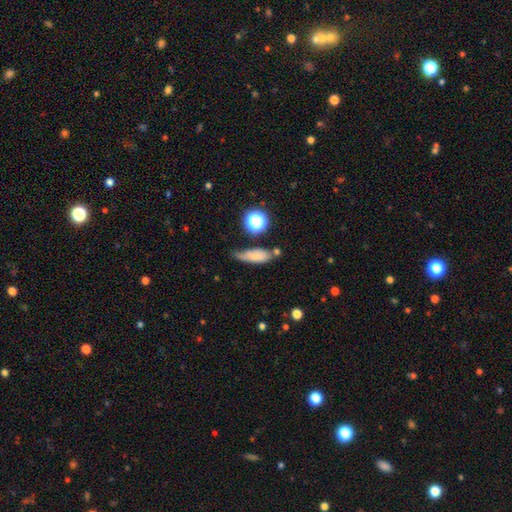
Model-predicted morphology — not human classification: smooth 71%, featured or disk 17%, star or artifact 12%. Down the decision tree: how rounded — in between (60%); merging — none (46%).